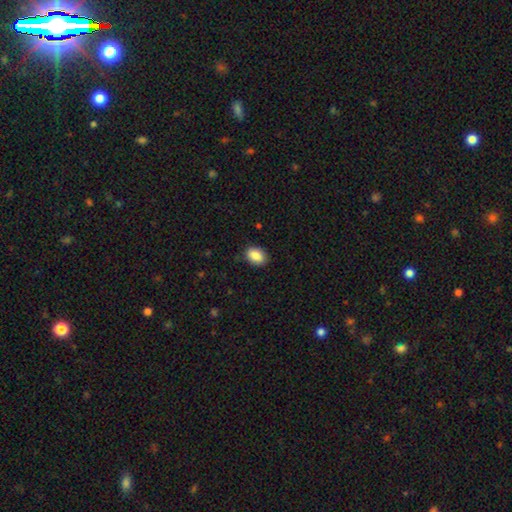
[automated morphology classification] smooth_or_featured: smooth (p=0.88) [alt: star or artifact p=0.07]
how_rounded: in between (p=0.83) [alt: round p=0.16]
merging: none (p=0.87) [alt: minor disturbance p=0.10]